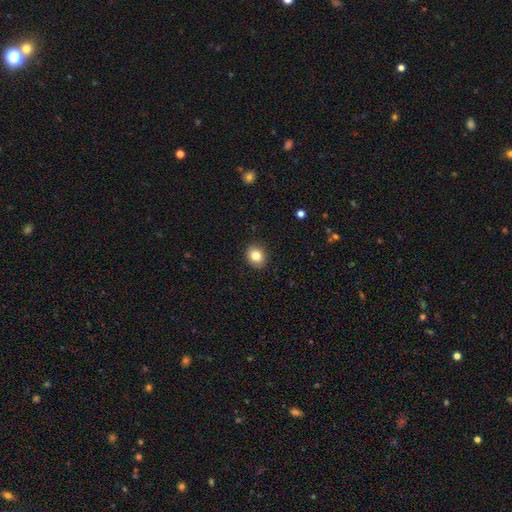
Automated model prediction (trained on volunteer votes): smooth 83%, star or artifact 10%, featured or disk 7%. Down the decision tree: how rounded — round (68%); merging — none (91%).